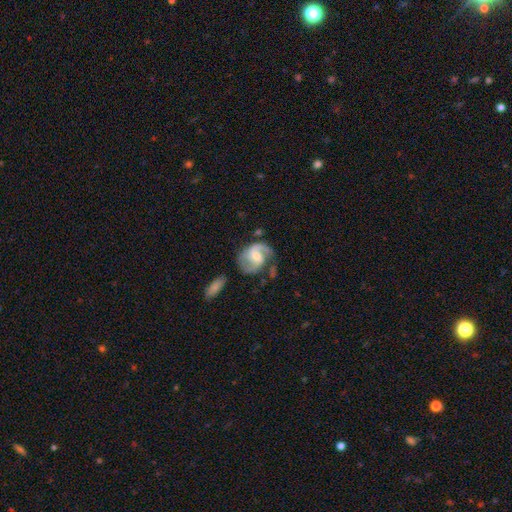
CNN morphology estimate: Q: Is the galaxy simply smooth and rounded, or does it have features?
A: featured or disk — 86%.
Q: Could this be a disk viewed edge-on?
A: no — 98%.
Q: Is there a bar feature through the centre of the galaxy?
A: weak — 49%.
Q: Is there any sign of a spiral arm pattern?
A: yes — 97%.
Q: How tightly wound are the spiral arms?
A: medium — 55%.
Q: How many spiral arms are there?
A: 2 — 86%.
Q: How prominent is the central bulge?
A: moderate — 47%.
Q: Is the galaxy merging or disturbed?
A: none — 63%.